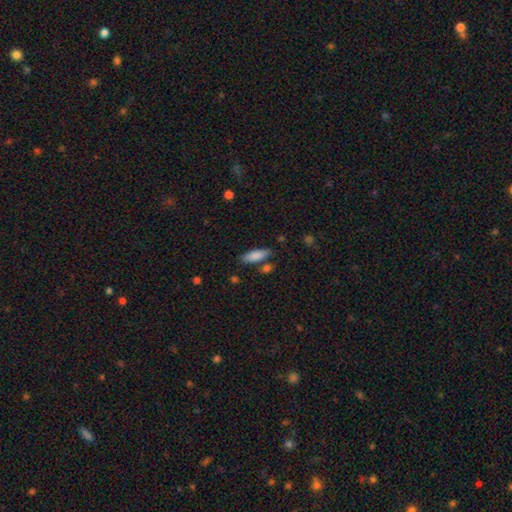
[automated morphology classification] This appears to be a smooth galaxy with no disk features (84%) that is in between round and cigar-shaped (61%). Merging: none (76%).